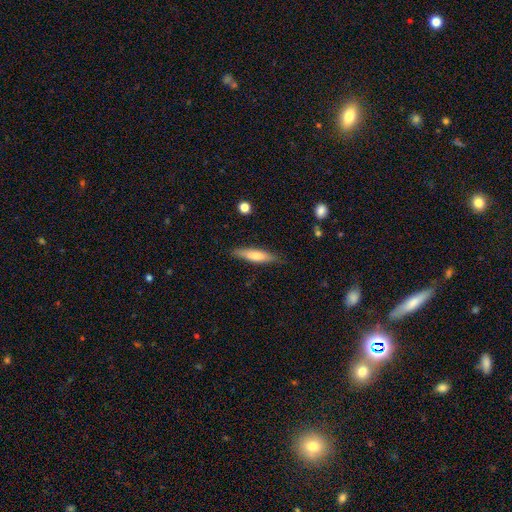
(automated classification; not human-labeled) smooth 68%, featured or disk 26%, star or artifact 6%. Down the decision tree: how rounded — cigar-shaped (78%); merging — none (84%).